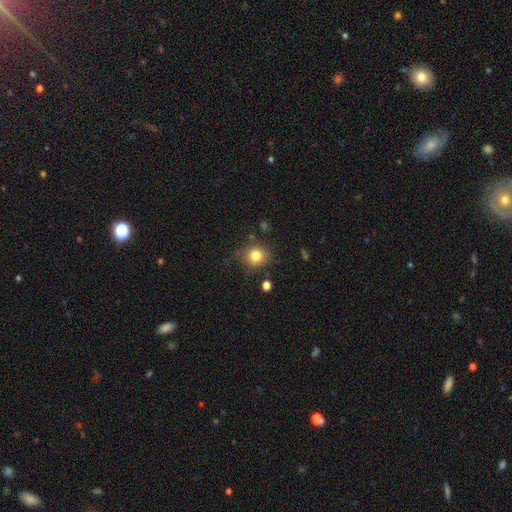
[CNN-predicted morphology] The model was most divided on "smooth or featured": smooth: 80%, star or artifact: 12%, featured or disk: 8%. More confident: how rounded — round (85%); merging — none (82%).